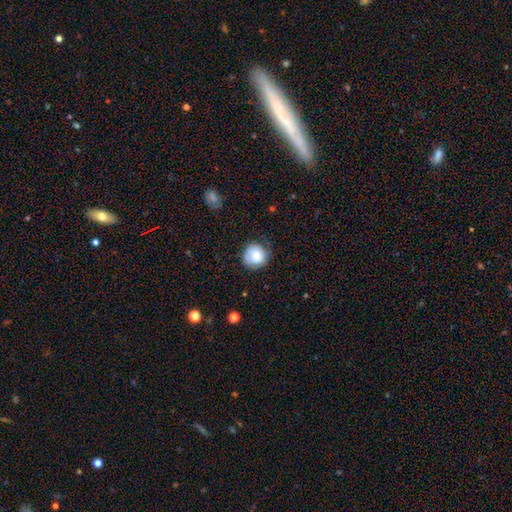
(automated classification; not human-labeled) This is likely a smooth galaxy (77%). How rounded: clearly round (90%). Merging: likely none (70%).